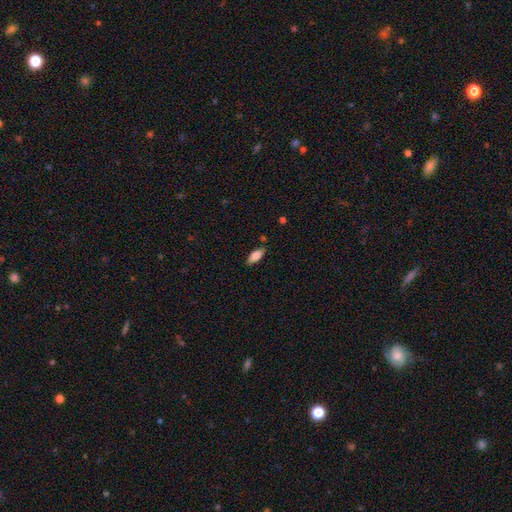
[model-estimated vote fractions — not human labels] smooth-or-featured: smooth: 77% | featured or disk: 16% | star or artifact: 7%
  how-rounded: in between: 79% | cigar-shaped: 19% | round: 2%
  merging: none: 85% | minor disturbance: 11% | major disturbance: 2% | merger: 2%